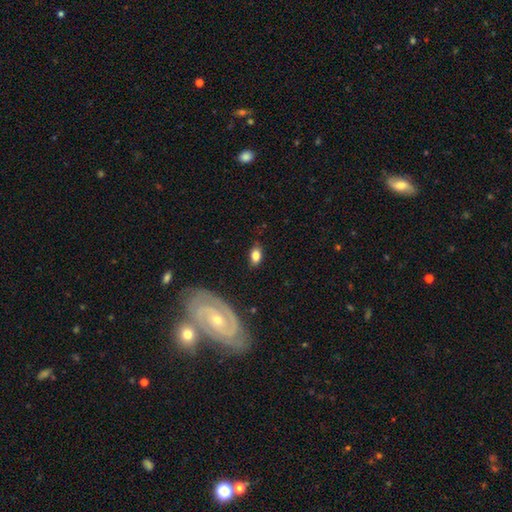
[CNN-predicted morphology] A smooth galaxy with no disk features (78%) that is in between round and cigar-shaped (87%). Merging: none (78%).